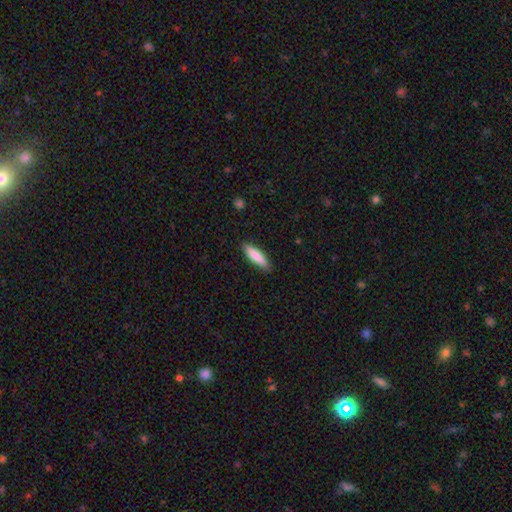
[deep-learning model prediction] Q: Smooth or featured?
A: smooth (83%); runner-up: featured or disk (12%)
Q: How rounded?
A: cigar-shaped (67%); runner-up: in between (32%)
Q: Merging?
A: none (86%); runner-up: minor disturbance (11%)